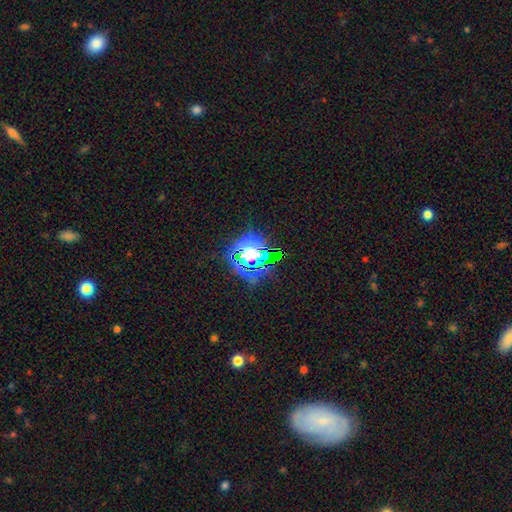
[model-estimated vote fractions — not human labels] This appears to be a star or artifact, not a galaxy (65%).